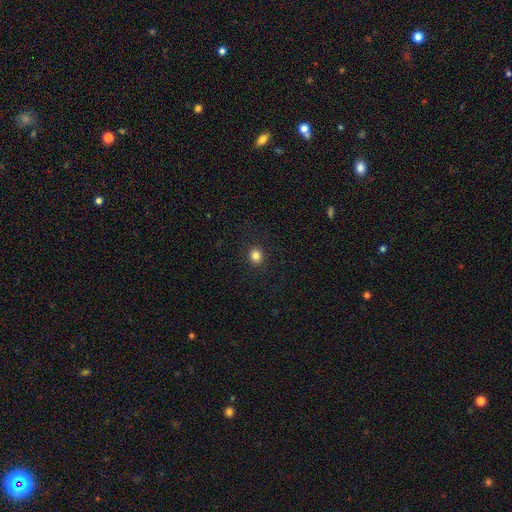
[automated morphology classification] Overall: smooth (84%). How rounded: round (84%). Merging: none (91%).